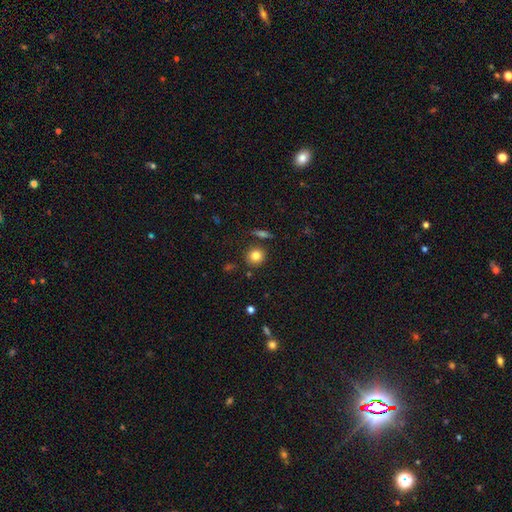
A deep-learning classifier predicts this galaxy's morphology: A smooth galaxy with no disk features (82%) that is round (87%).

Vote fractions:
- Smooth or featured? smooth: 82% / star or artifact: 10% / featured or disk: 8%
- How rounded? round: 87% / in between: 12% / cigar-shaped: 1%
- Merging? none: 82% / minor disturbance: 9% / merger: 6% / major disturbance: 3%